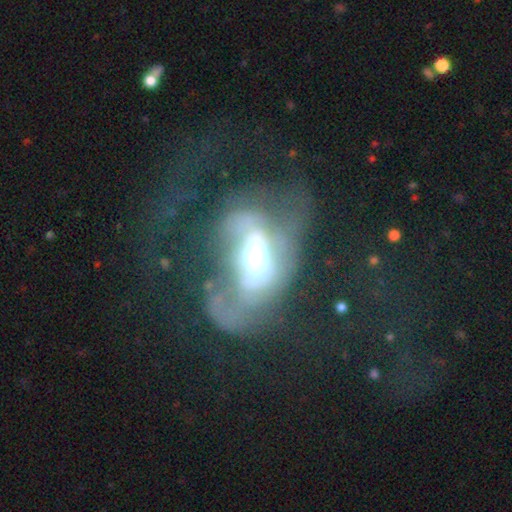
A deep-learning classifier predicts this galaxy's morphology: This is likely a featured or disk galaxy (69%). It is clearly not viewed edge-on (94%). Bar: marginally no (43%). Spiral arm pattern: likely yes (61%). Central bulge: likely moderate (63%). Merging: likely major disturbance (60%).